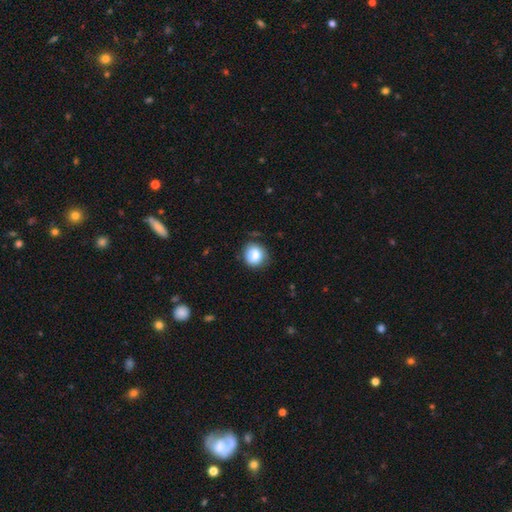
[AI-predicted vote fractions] Smooth or featured: smooth — 83% (star or artifact — 9%)
How rounded: round — 80% (in between — 19%)
Merging: none — 78% (minor disturbance — 17%)